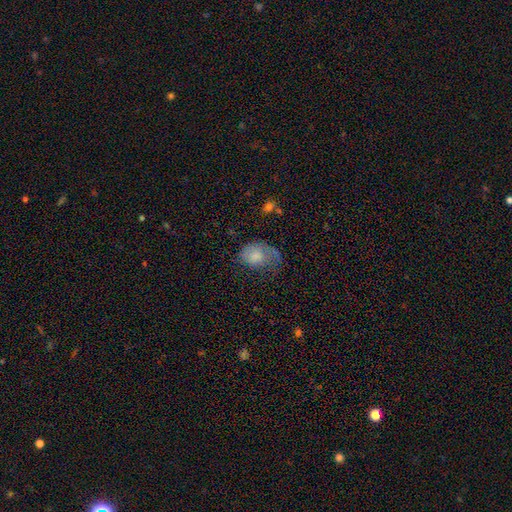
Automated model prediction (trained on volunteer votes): Smooth or featured?
  - smooth: 68% *
  - featured or disk: 24%
  - star or artifact: 8%
How rounded?
  - in between: 67% *
  - round: 32%
  - cigar-shaped: 1%
Merging?
  - major disturbance: 40% *
  - minor disturbance: 31%
  - none: 26%
  - merger: 3%